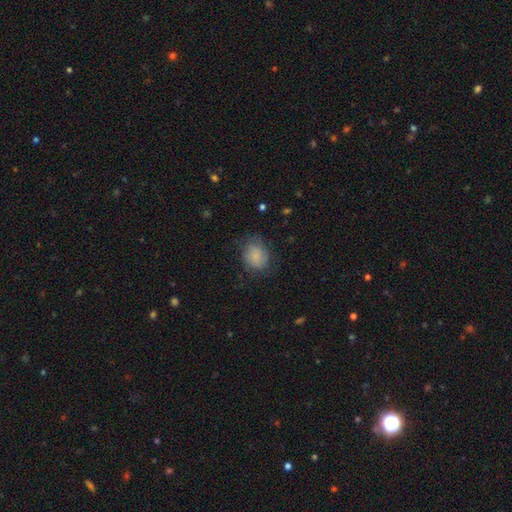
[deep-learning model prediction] Smooth or featured? smooth (80%)
How rounded? round (56%)
Merging? none (66%)